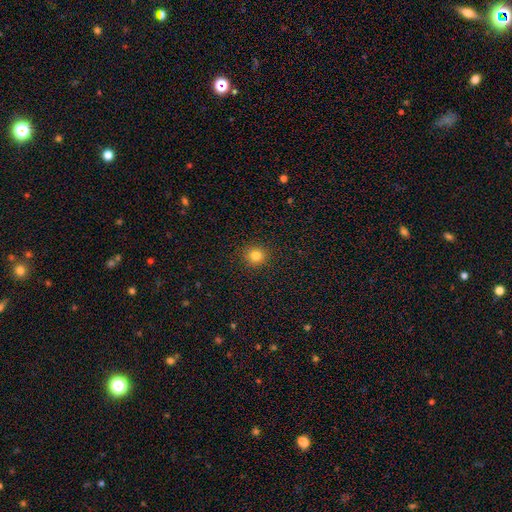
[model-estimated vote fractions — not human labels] Morphology: type=smooth (82%); roundness=round (93%); merging=none (92%).